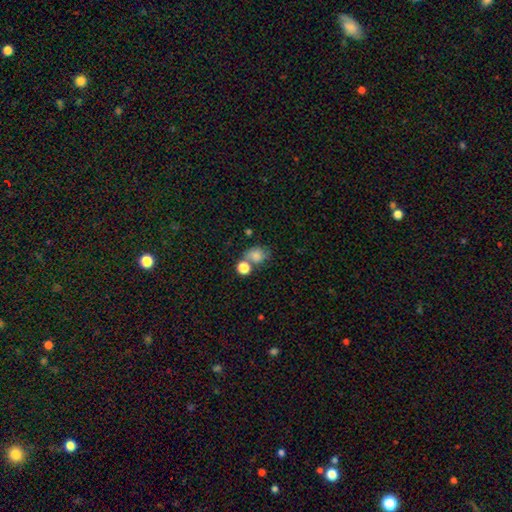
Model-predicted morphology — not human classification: Smooth or featured: smooth — 73% (featured or disk — 15%)
How rounded: round — 52% (in between — 46%)
Merging: none — 42% (merger — 33%)